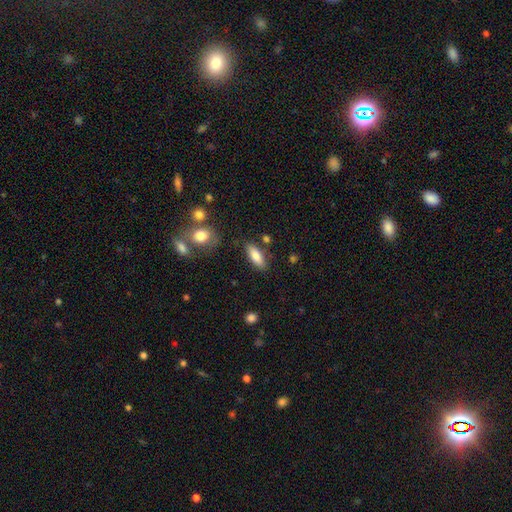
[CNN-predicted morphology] Q: Smooth or featured?
A: smooth (82%); runner-up: featured or disk (11%)
Q: How rounded?
A: in between (69%); runner-up: cigar-shaped (29%)
Q: Merging?
A: none (80%); runner-up: minor disturbance (12%)